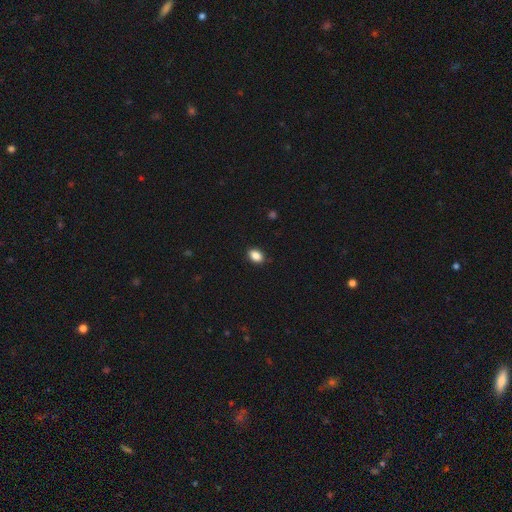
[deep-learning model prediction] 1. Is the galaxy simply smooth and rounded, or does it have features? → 88% smooth, 8% star or artifact, 3% featured or disk.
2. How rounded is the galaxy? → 83% in between, 16% round, 1% cigar-shaped.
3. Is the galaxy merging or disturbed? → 89% none, 9% minor disturbance, 2% major disturbance, 1% merger.